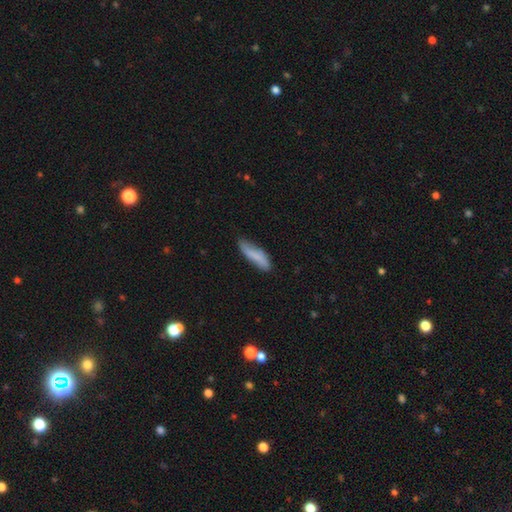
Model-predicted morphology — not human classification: This appears to be a smooth galaxy with no disk features (76%) that is cigar-shaped (62%). Merging: none (68%).